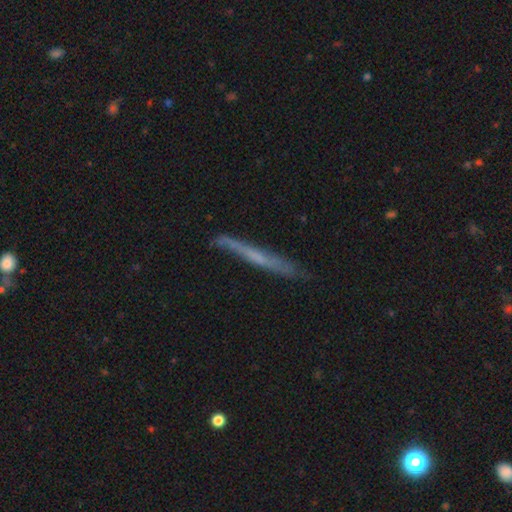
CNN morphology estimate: smooth-or-featured: featured or disk: 55% | smooth: 37% | star or artifact: 7%
  disk-edge-on: yes: 90% | no: 10%
  merging: none: 78% | minor disturbance: 17% | major disturbance: 3% | merger: 2%